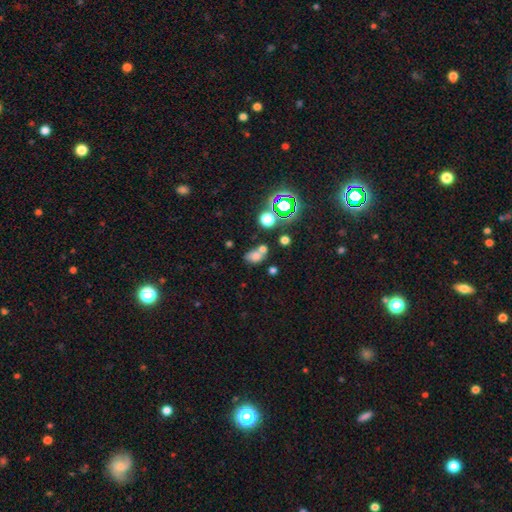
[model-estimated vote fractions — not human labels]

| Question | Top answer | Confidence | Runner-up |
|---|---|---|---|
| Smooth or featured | smooth | 65% | star or artifact (21%) |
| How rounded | in between | 66% | round (32%) |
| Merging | merger | 40% | none (39%) |